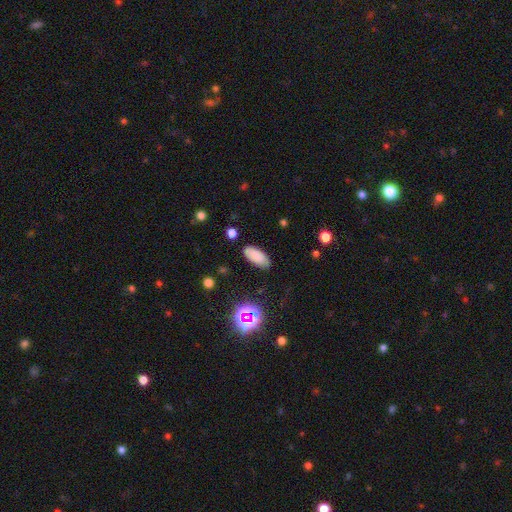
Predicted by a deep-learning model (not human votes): Smooth or featured? Predicted: smooth (p=0.82). How rounded? Predicted: in between (p=0.89). Merging? Predicted: none (p=0.83).